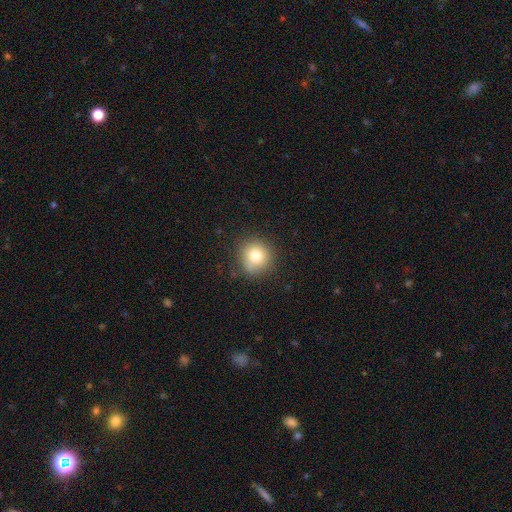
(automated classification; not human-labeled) Q: Smooth or featured?
A: smooth (78%); runner-up: star or artifact (12%)
Q: How rounded?
A: round (89%); runner-up: in between (10%)
Q: Merging?
A: none (80%); runner-up: minor disturbance (14%)